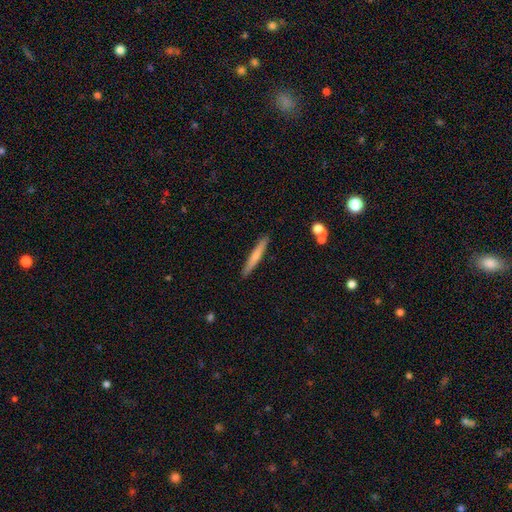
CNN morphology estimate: A smooth galaxy with no disk features (63%) that is cigar-shaped (95%). Merging: none (90%).